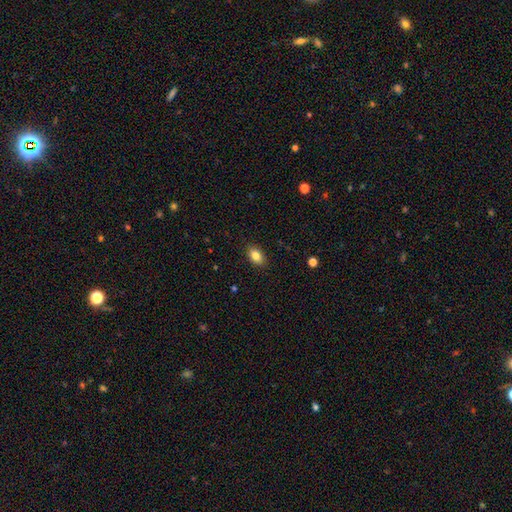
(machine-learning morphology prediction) type=smooth (84%); roundness=in between (86%); merging=none (88%).